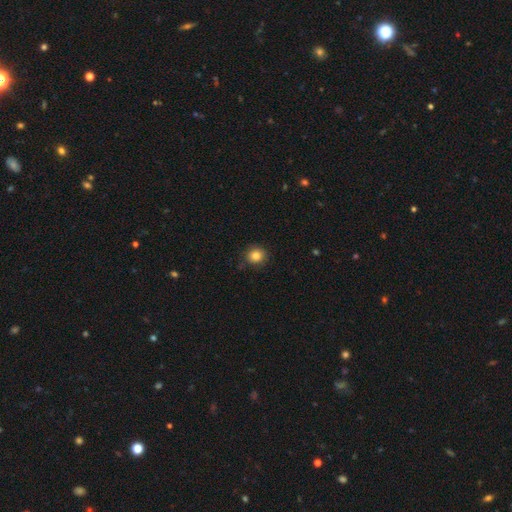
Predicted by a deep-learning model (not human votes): A smooth galaxy with no disk features (84%) that is round (86%).

Vote fractions:
- Smooth or featured? smooth: 84% / star or artifact: 11% / featured or disk: 6%
- How rounded? round: 86% / in between: 13% / cigar-shaped: 1%
- Merging? none: 86% / minor disturbance: 11% / major disturbance: 2% / merger: 1%